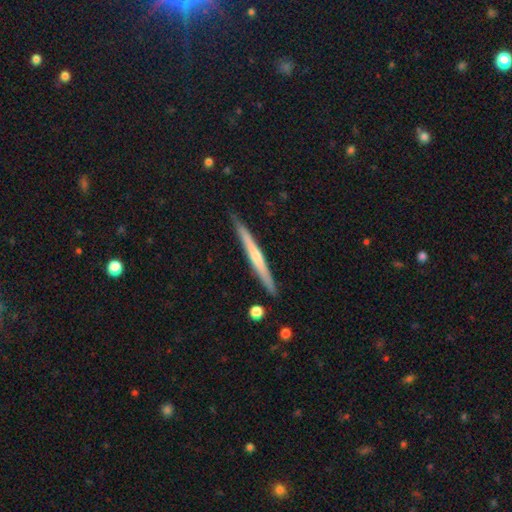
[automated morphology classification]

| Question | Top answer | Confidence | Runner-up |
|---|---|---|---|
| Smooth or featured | featured or disk | 56% | smooth (38%) |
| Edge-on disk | yes | 97% | no (3%) |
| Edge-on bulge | none | 54% | rounded (40%) |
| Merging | none | 87% | minor disturbance (9%) |